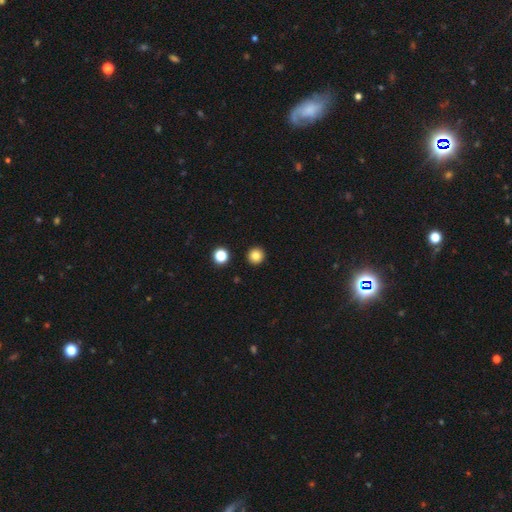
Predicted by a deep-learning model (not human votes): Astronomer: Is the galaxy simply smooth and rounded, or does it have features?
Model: smooth — 84%.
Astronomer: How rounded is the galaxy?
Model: round — 95%.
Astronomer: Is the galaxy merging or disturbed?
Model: none — 93%.